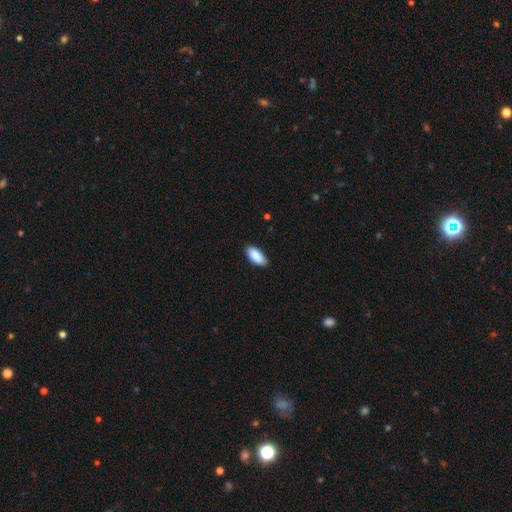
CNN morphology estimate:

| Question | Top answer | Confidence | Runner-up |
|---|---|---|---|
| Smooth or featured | smooth | 87% | featured or disk (7%) |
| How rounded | in between | 91% | cigar-shaped (7%) |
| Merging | none | 85% | minor disturbance (12%) |